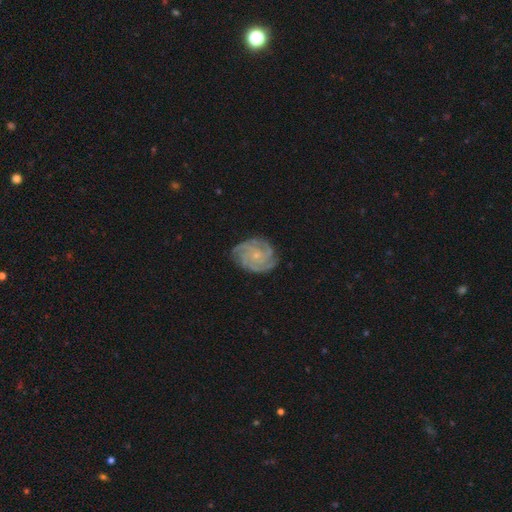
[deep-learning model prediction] smooth_or_featured: featured or disk (p=0.88) [alt: smooth p=0.07]
disk_edge_on: no (p=0.98) [alt: yes p=0.02]
bar: no (p=0.77) [alt: weak p=0.19]
has_spiral_arms: yes (p=0.98) [alt: no p=0.02]
spiral_winding: tight (p=0.73) [alt: medium p=0.23]
spiral_arm_count: 3 (p=0.34) [alt: 4 p=0.28]
bulge_size: small (p=0.78) [alt: moderate p=0.17]
merging: none (p=0.81) [alt: minor disturbance p=0.14]